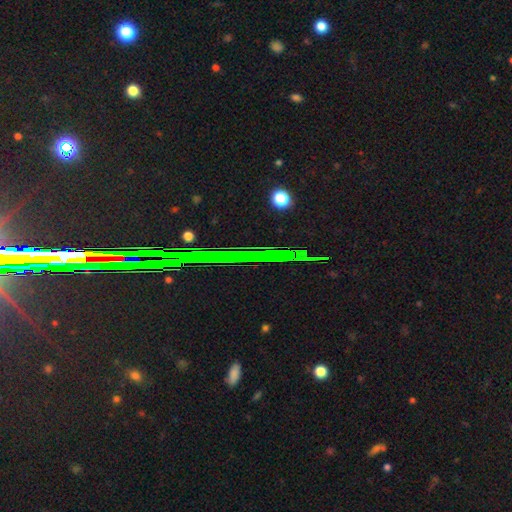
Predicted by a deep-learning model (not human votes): This is likely a star or artifact rather than a galaxy (78%).